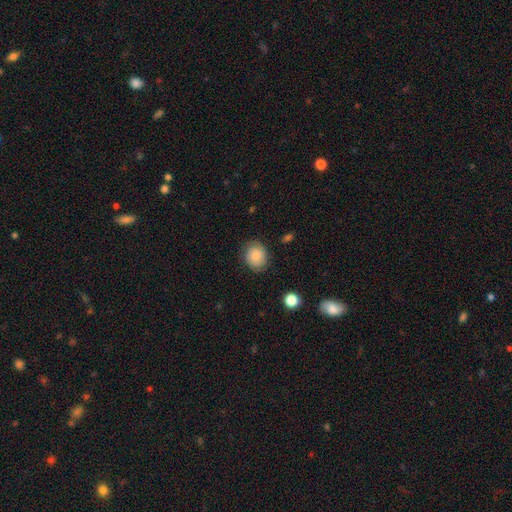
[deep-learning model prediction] A smooth galaxy with no disk features (77%) that is round (63%).

Vote fractions:
- Smooth or featured? smooth: 77% / featured or disk: 15% / star or artifact: 8%
- How rounded? round: 63% / in between: 36% / cigar-shaped: 1%
- Merging? none: 81% / minor disturbance: 14% / major disturbance: 4% / merger: 1%